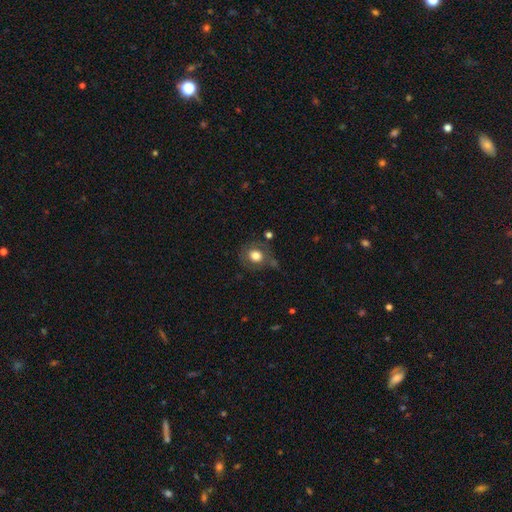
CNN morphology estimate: Smooth or featured: smooth — 75% (featured or disk — 15%)
How rounded: round — 70% (in between — 29%)
Merging: none — 64% (minor disturbance — 20%)